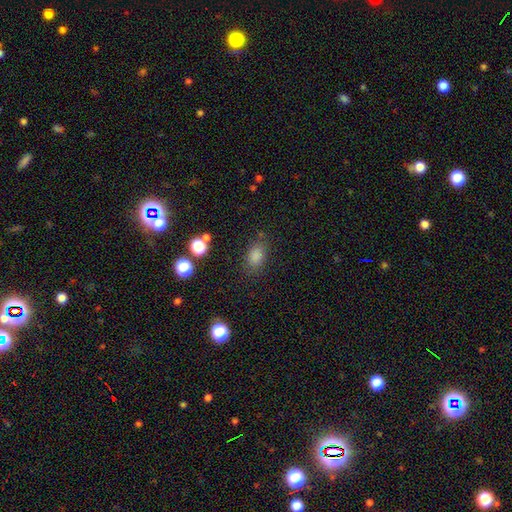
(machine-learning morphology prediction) This is likely a smooth galaxy (78%). How rounded: likely in between (76%). Merging: clearly none (81%).